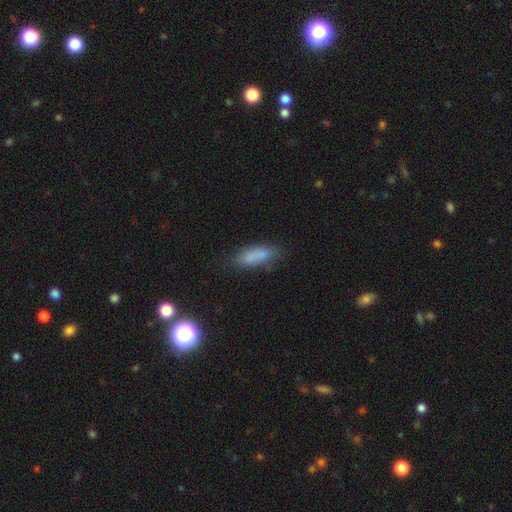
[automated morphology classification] Overall: smooth (79%). How rounded: in between (63%; cigar-shaped 34%). Merging: none (69%).